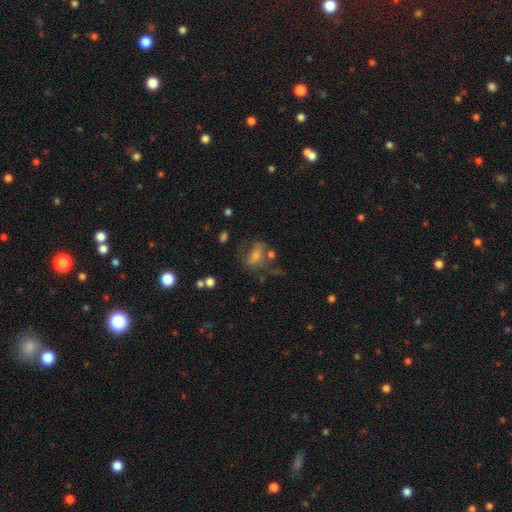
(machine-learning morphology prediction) Smooth or featured? Predicted: smooth (p=0.52). How rounded? Predicted: in between (p=0.72). Merging? Predicted: none (p=0.44).